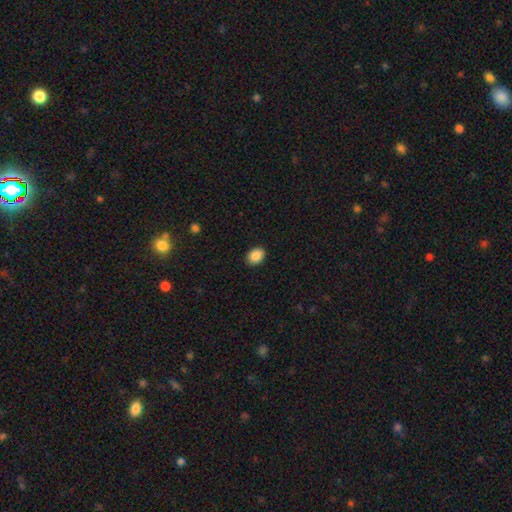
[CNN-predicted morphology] A smooth galaxy with no disk features (89%) that is in between round and cigar-shaped (68%).

Vote fractions:
- Smooth or featured? smooth: 89% / star or artifact: 8% / featured or disk: 3%
- How rounded? in between: 68% / round: 31% / cigar-shaped: 1%
- Merging? none: 90% / minor disturbance: 7% / major disturbance: 2% / merger: 1%